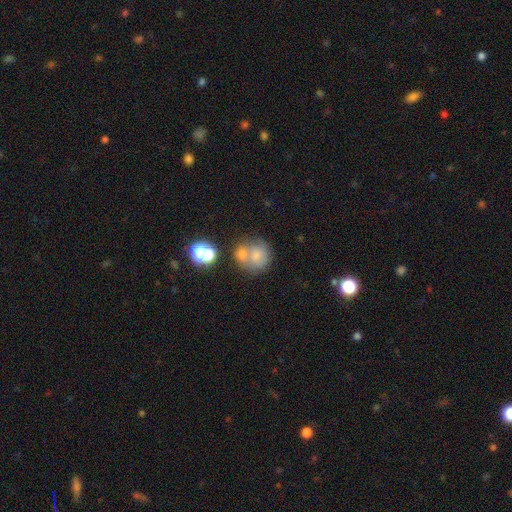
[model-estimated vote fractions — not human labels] smooth-or-featured: smooth: 62% | featured or disk: 25% | star or artifact: 13%
  how-rounded: round: 82% | in between: 17% | cigar-shaped: 1%
  merging: merger: 43% | none: 36% | minor disturbance: 13% | major disturbance: 8%